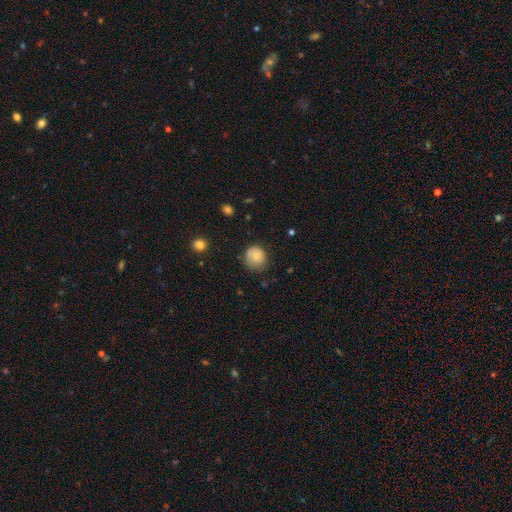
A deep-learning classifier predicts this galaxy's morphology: This appears to be a smooth galaxy with no disk features (80%) that is round (83%). Merging: none (67%).